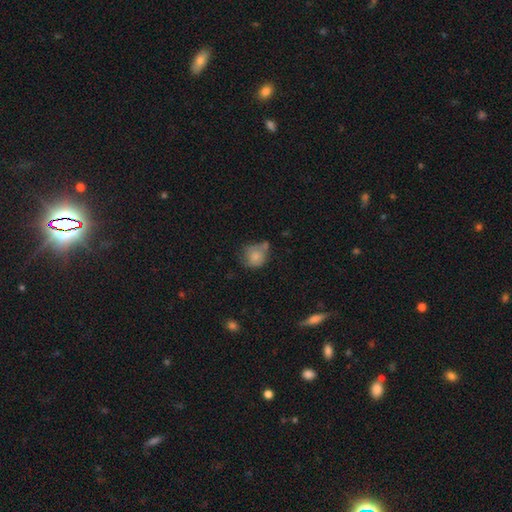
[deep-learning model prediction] Morphology: type=smooth (78%); roundness=round (79%); merging=none (42%).